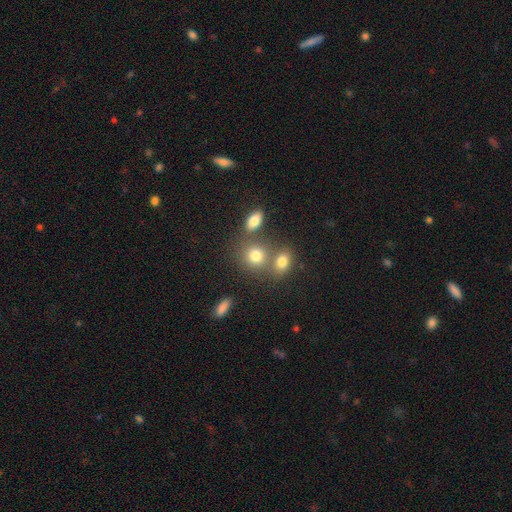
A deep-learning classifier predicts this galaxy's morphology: Smooth or featured: smooth — 78% (star or artifact — 12%)
How rounded: round — 71% (in between — 28%)
Merging: none — 54% (merger — 32%)